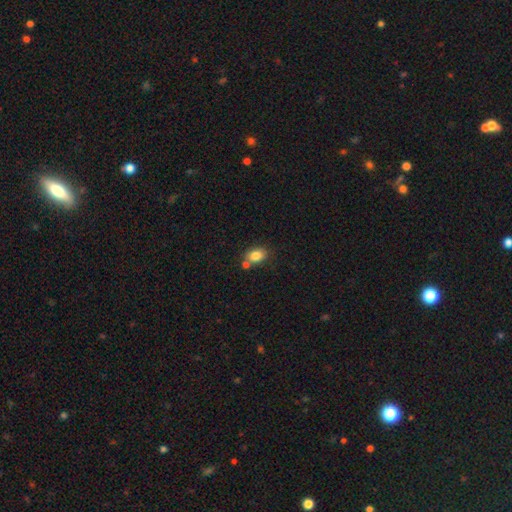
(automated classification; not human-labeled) A smooth galaxy with no disk features (83%) that is in between round and cigar-shaped (71%).

Vote fractions:
- Smooth or featured? smooth: 83% / star or artifact: 9% / featured or disk: 8%
- How rounded? in between: 71% / round: 27% / cigar-shaped: 1%
- Merging? none: 62% / merger: 21% / minor disturbance: 14% / major disturbance: 4%